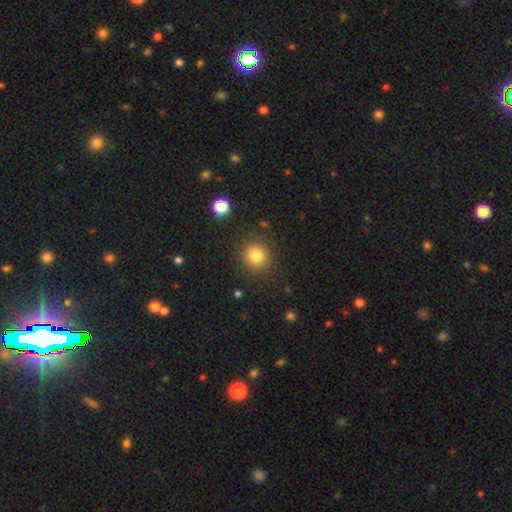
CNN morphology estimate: This appears to be a smooth galaxy with no disk features (82%) that is round (91%). Merging: none (88%).